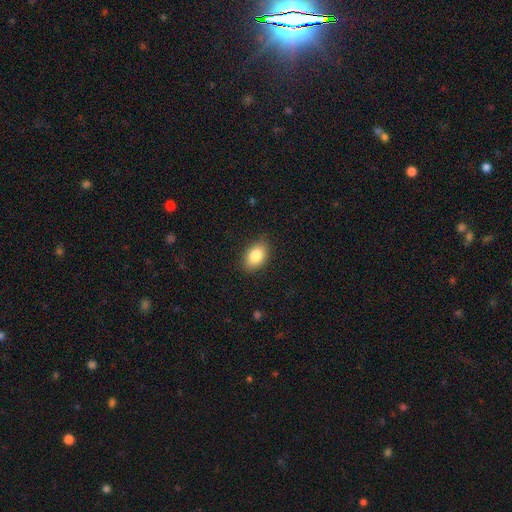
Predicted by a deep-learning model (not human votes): A smooth galaxy with no disk features (83%) that is in between round and cigar-shaped (85%).

Vote fractions:
- Smooth or featured? smooth: 83% / featured or disk: 9% / star or artifact: 8%
- How rounded? in between: 85% / round: 13% / cigar-shaped: 1%
- Merging? none: 85% / minor disturbance: 11% / major disturbance: 2% / merger: 1%